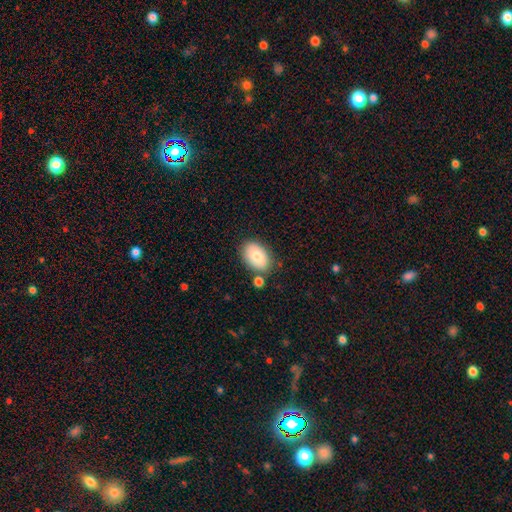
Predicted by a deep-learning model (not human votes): Smooth or featured? Predicted: smooth (p=0.77). How rounded? Predicted: in between (p=0.88). Merging? Predicted: none (p=0.76).